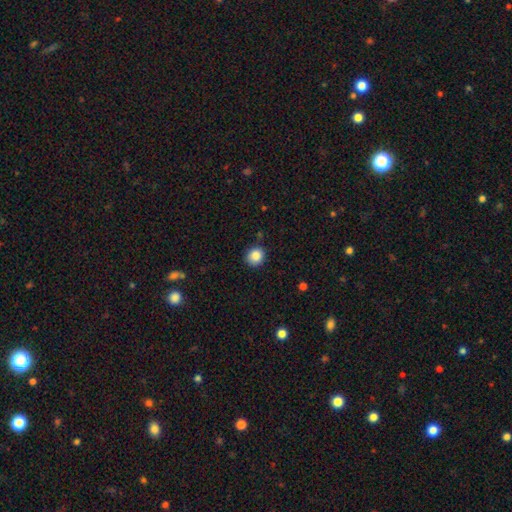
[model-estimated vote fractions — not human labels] This appears to be a smooth galaxy with no disk features (87%) that is round (84%). Merging: none (84%).